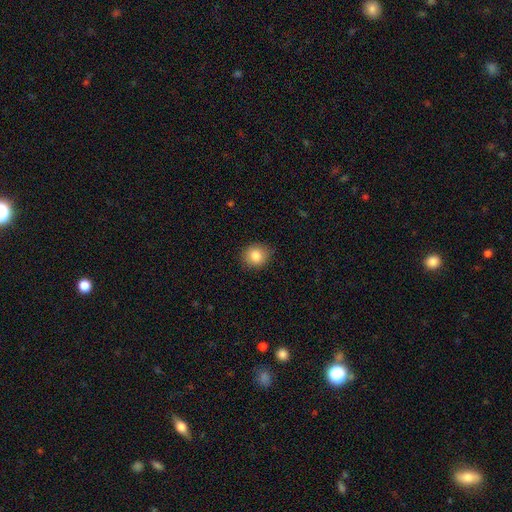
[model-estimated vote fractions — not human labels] smooth_or_featured: smooth (p=0.84) [alt: star or artifact p=0.10]
how_rounded: round (p=0.76) [alt: in between p=0.23]
merging: none (p=0.86) [alt: minor disturbance p=0.11]